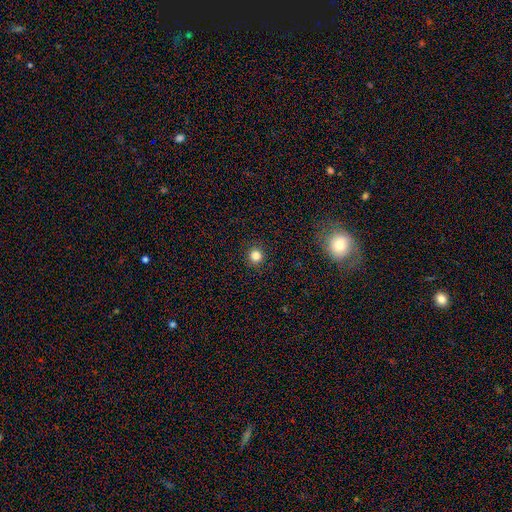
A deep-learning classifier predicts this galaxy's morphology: smooth 82%, star or artifact 13%, featured or disk 5%. Down the decision tree: how rounded — round (94%); merging — none (91%).